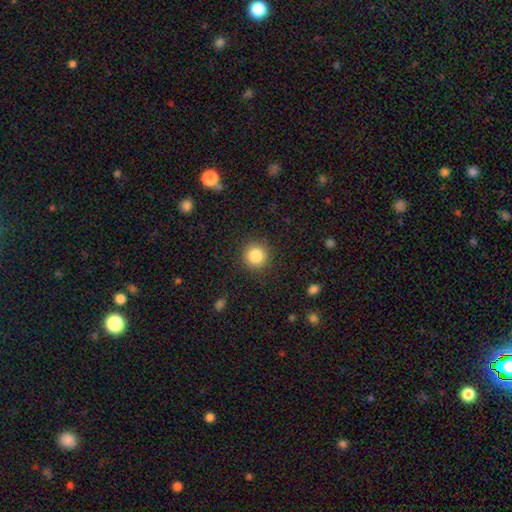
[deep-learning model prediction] Smooth or featured? smooth (85%)
How rounded? round (94%)
Merging? none (90%)